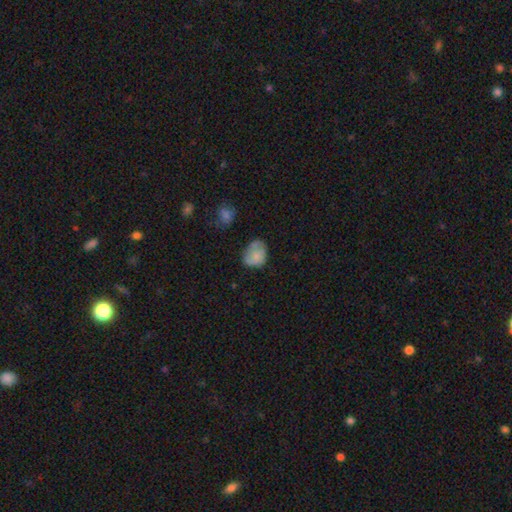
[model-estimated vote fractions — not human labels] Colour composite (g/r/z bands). It shows a smooth galaxy with no disk features (70%) that is in between round and cigar-shaped (52%). Merging: none (51%).